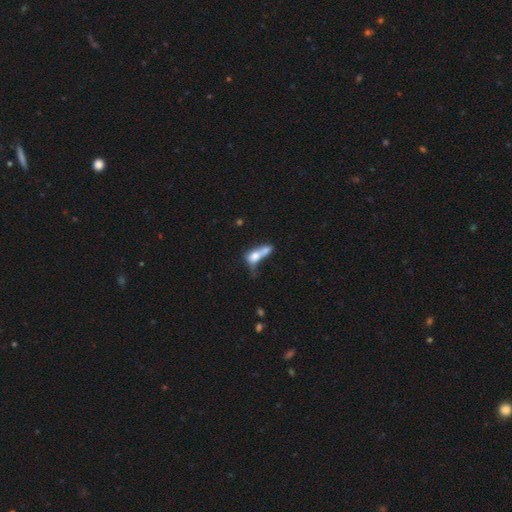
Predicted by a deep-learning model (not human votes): Smooth or featured: smooth — 60% (featured or disk — 29%)
How rounded: in between — 60% (cigar-shaped — 22%)
Merging: merger — 62% (major disturbance — 15%)